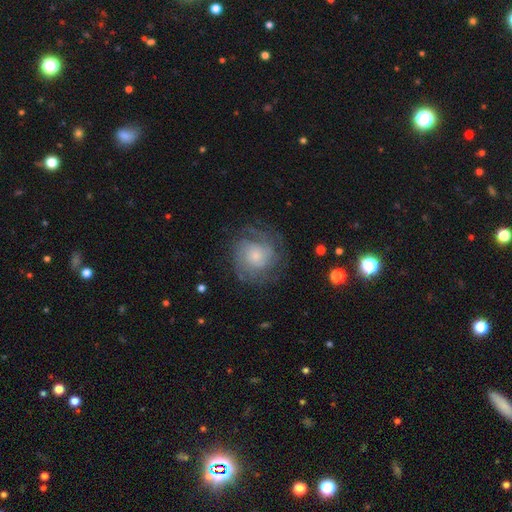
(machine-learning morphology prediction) Smooth or featured? Predicted: featured or disk (p=0.69). Edge-on disk? Predicted: no (p=0.98). Bar? Predicted: no (p=0.78). Spiral arms? Predicted: yes (p=0.90). Spiral winding? Predicted: tight (p=0.56). Spiral arm count? Predicted: can't tell (p=0.41). Bulge size? Predicted: small (p=0.57). Merging? Predicted: none (p=0.72).